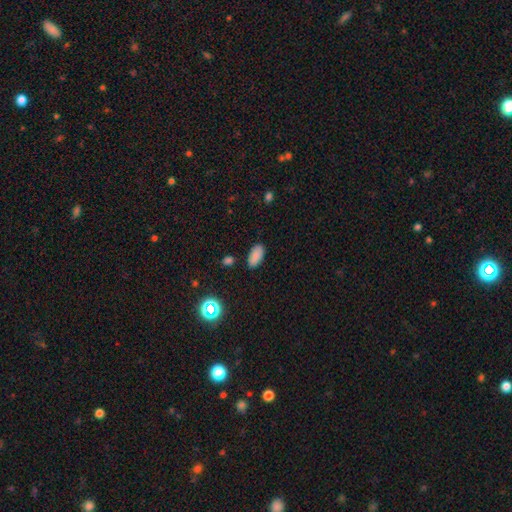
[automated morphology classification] Smooth or featured? Predicted: smooth (p=0.85). How rounded? Predicted: in between (p=0.92). Merging? Predicted: none (p=0.87).